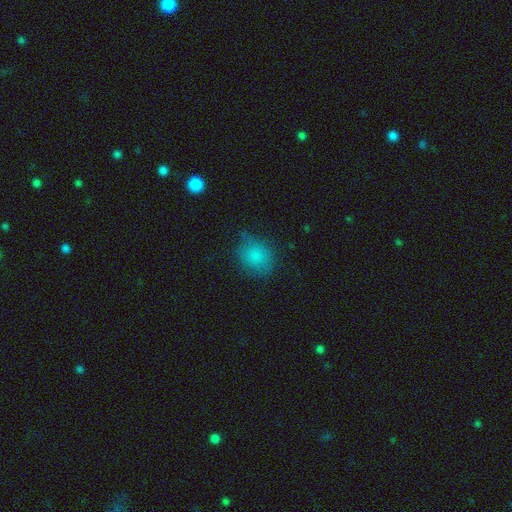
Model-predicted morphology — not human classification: This appears to be a smooth galaxy with no disk features (80%) that is round (67%). Merging: none (67%).